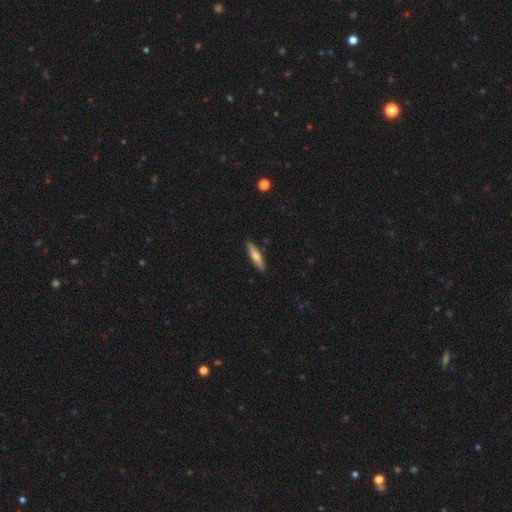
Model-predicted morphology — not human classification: smooth-or-featured: smooth: 59% | featured or disk: 36% | star or artifact: 6%
  how-rounded: cigar-shaped: 75% | in between: 23% | round: 2%
  merging: none: 90% | minor disturbance: 7% | major disturbance: 1% | merger: 1%